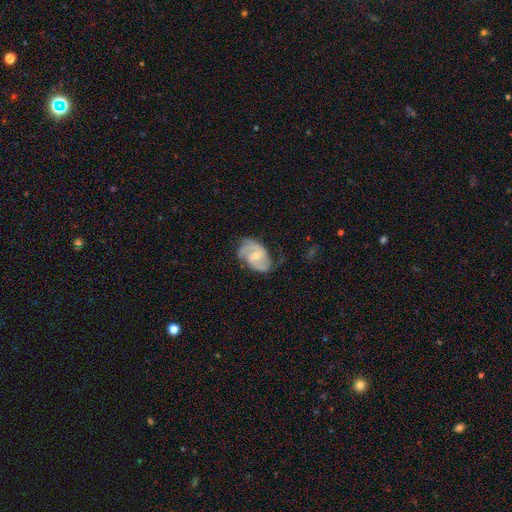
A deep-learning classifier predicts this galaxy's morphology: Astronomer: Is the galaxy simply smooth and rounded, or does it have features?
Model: featured or disk — 81%.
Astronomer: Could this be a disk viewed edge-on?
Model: no — 97%.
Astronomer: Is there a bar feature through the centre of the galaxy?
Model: no — 45%, tied with weak at 45%.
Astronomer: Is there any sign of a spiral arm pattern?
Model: yes — 94%.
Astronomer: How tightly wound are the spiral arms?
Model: medium — 48% (runner-up: tight, 28%).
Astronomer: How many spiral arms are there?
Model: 2 — 78%.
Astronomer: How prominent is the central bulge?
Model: small — 48%, tied with moderate at 48%.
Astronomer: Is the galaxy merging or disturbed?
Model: none — 61%.